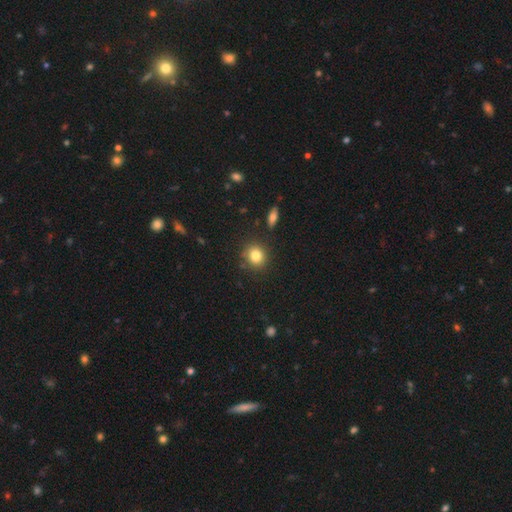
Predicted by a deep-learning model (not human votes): Smooth or featured? Predicted: smooth (p=0.82). How rounded? Predicted: round (p=0.82). Merging? Predicted: none (p=0.85).